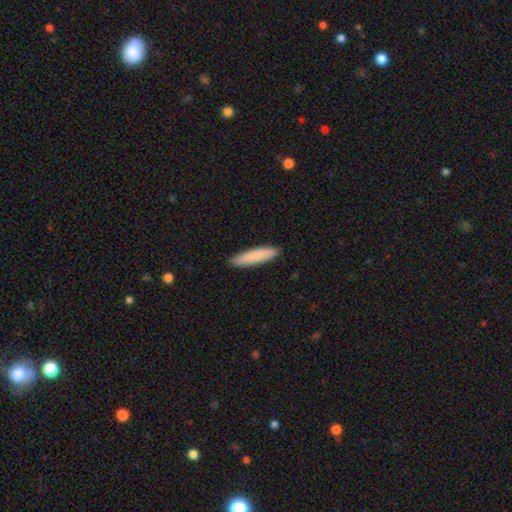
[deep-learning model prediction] This appears to be a smooth galaxy with no disk features (85%) that is cigar-shaped (85%). Merging: none (90%).